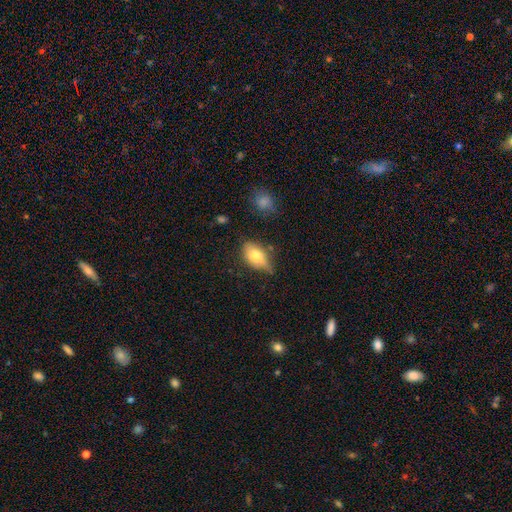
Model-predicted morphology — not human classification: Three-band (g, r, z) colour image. It shows a smooth galaxy with no disk features (72%) that is in between round and cigar-shaped (88%). Merging: none (52%).